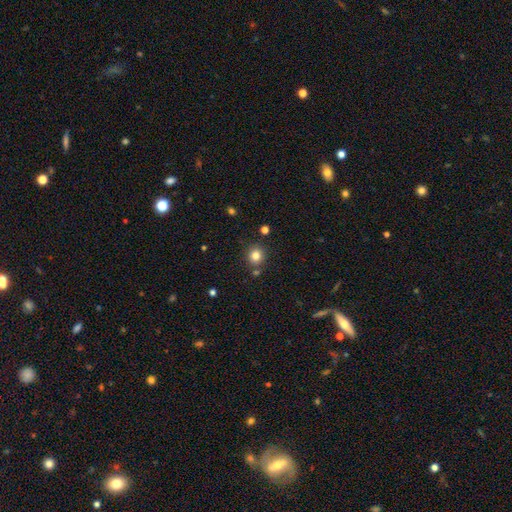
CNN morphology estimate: Smooth or featured: smooth — 81% (star or artifact — 13%)
How rounded: round — 89% (in between — 10%)
Merging: none — 83% (minor disturbance — 8%)